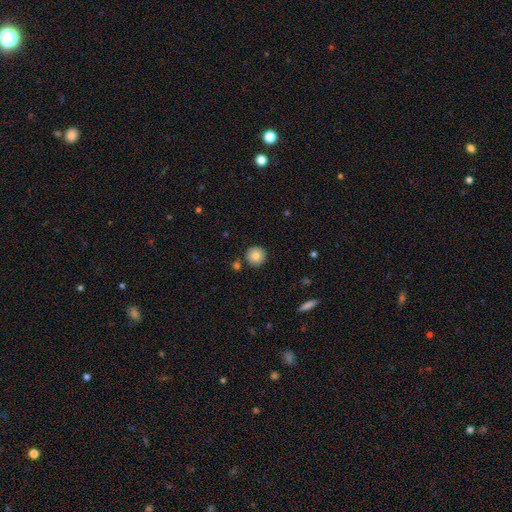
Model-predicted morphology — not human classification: A smooth galaxy with no disk features (81%) that is round (96%). Merging: none (88%).